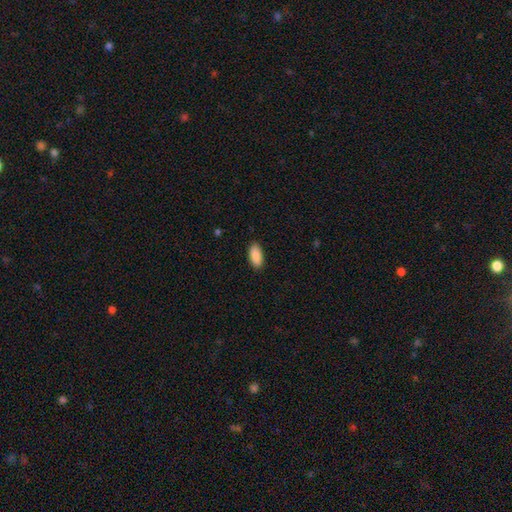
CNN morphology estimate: Smooth or featured: smooth — 89% (star or artifact — 6%)
How rounded: in between — 91% (cigar-shaped — 7%)
Merging: none — 89% (minor disturbance — 8%)